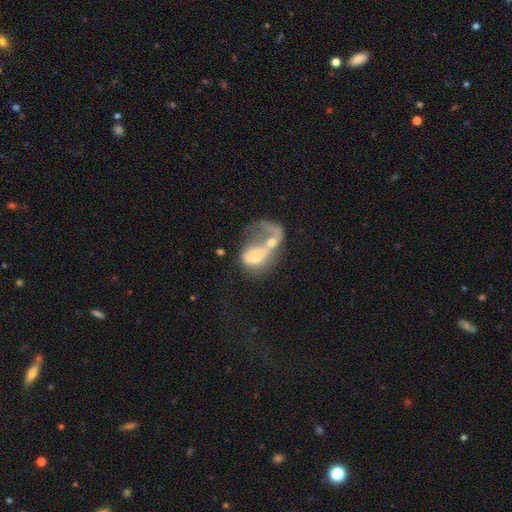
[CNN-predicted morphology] Overall: featured or disk (53%; smooth 37%). Edge-on disk: no (95%). Bar: no (71%). Spiral arms: no (60%; yes 40%). Bulge size: moderate (49%; small 21%). Merging: merger (65%).